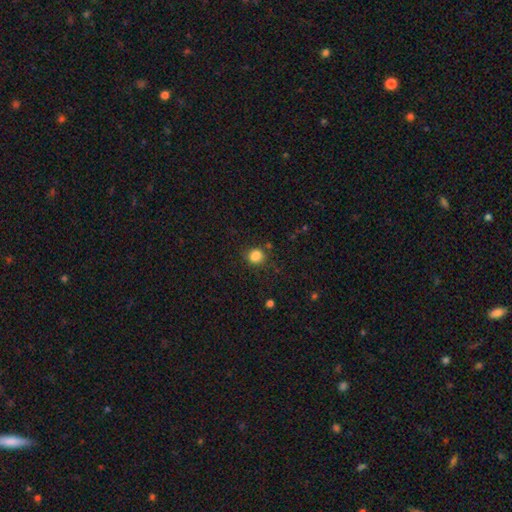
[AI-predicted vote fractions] A smooth galaxy with no disk features (84%) that is round (69%).

Vote fractions:
- Smooth or featured? smooth: 84% / star or artifact: 12% / featured or disk: 4%
- How rounded? round: 69% / in between: 30% / cigar-shaped: 1%
- Merging? none: 75% / minor disturbance: 15% / major disturbance: 5% / merger: 4%